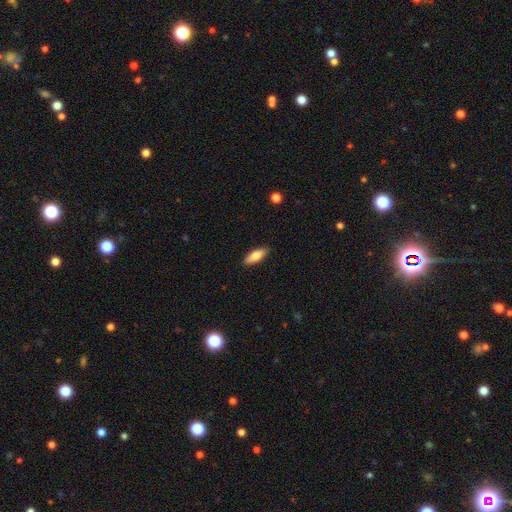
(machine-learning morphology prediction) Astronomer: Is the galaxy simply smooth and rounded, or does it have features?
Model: smooth — 75%.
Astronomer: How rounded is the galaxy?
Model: in between — 64%.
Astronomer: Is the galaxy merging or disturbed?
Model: none — 89%.